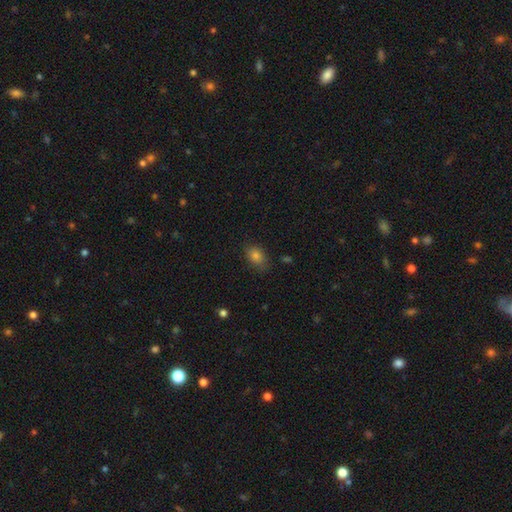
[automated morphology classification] This is likely a smooth galaxy (79%). How rounded: likely in between (75%). Merging: likely none (78%).